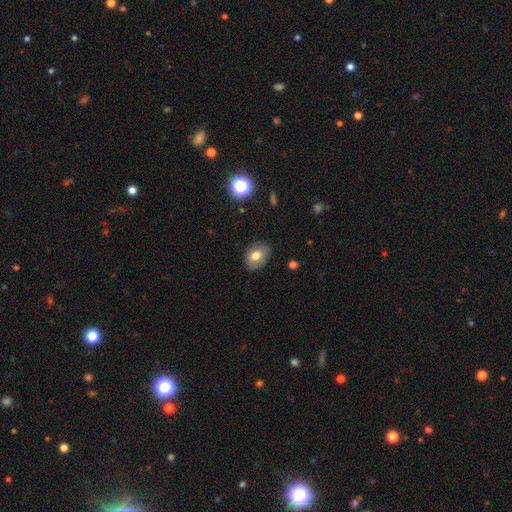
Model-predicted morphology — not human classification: Smooth or featured? Predicted: smooth (p=0.70). How rounded? Predicted: in between (p=0.74). Merging? Predicted: none (p=0.80).